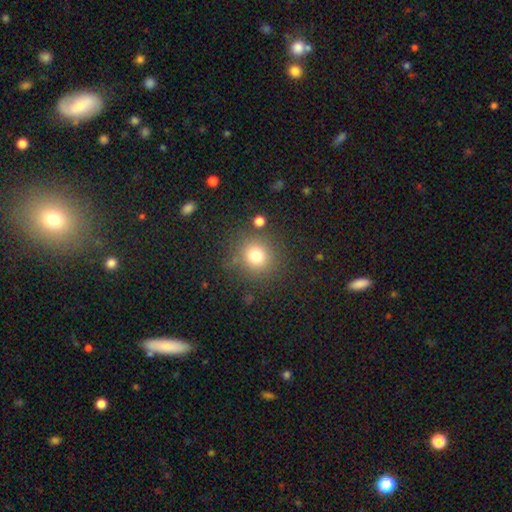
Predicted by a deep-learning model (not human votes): Smooth or featured?
  - smooth: 76% *
  - star or artifact: 15%
  - featured or disk: 9%
How rounded?
  - round: 89% *
  - in between: 10%
  - cigar-shaped: 1%
Merging?
  - none: 83% *
  - minor disturbance: 9%
  - major disturbance: 4%
  - merger: 4%